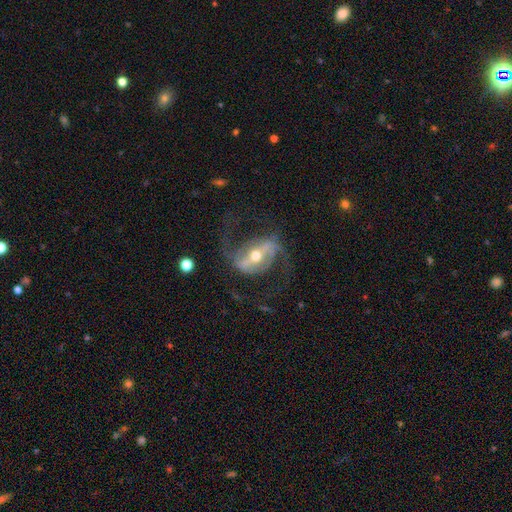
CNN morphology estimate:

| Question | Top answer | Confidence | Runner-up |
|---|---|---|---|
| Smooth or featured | featured or disk | 89% | smooth (5%) |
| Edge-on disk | no | 95% | yes (5%) |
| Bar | strong | 61% | weak (27%) |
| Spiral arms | yes | 95% | no (5%) |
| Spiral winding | loose | 48% | medium (43%) |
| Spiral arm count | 2 | 92% | can't tell (3%) |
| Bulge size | moderate | 61% | small (34%) |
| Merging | none | 69% | major disturbance (16%) |